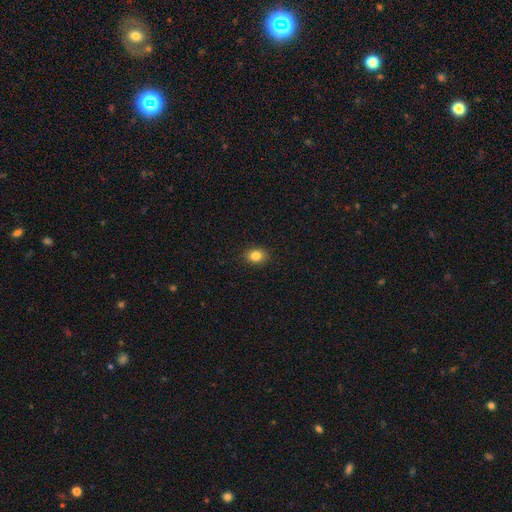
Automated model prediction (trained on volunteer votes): Smooth or featured?
  - smooth: 84% *
  - star or artifact: 10%
  - featured or disk: 6%
How rounded?
  - in between: 51% *
  - round: 48%
  - cigar-shaped: 1%
Merging?
  - none: 90% *
  - minor disturbance: 7%
  - major disturbance: 2%
  - merger: 1%